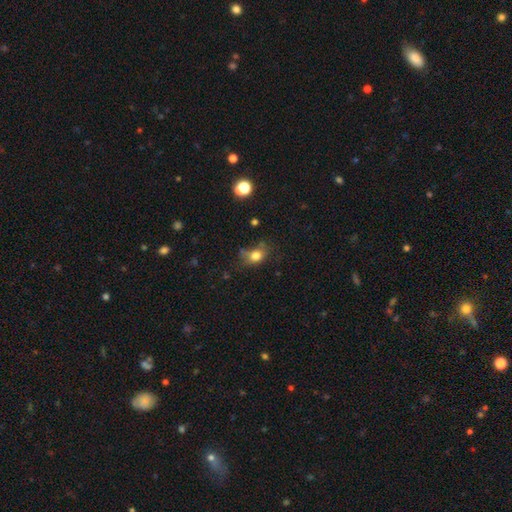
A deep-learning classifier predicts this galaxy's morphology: Q: Smooth or featured?
A: smooth (77%); runner-up: star or artifact (12%)
Q: How rounded?
A: in between (58%); runner-up: round (40%)
Q: Merging?
A: none (50%); runner-up: minor disturbance (29%)